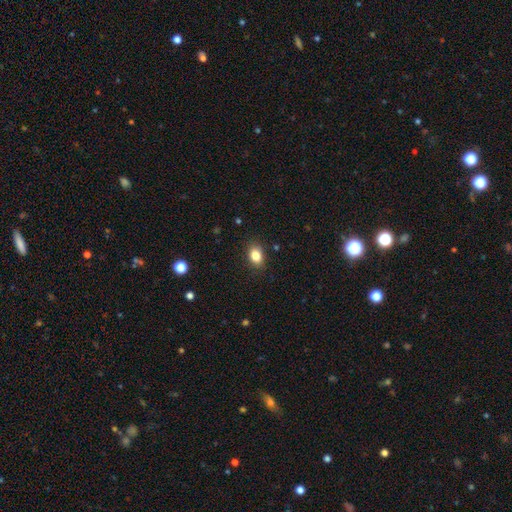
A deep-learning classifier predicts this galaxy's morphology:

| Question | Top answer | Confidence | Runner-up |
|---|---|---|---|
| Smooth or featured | smooth | 84% | star or artifact (10%) |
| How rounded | in between | 77% | round (22%) |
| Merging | none | 85% | minor disturbance (11%) |